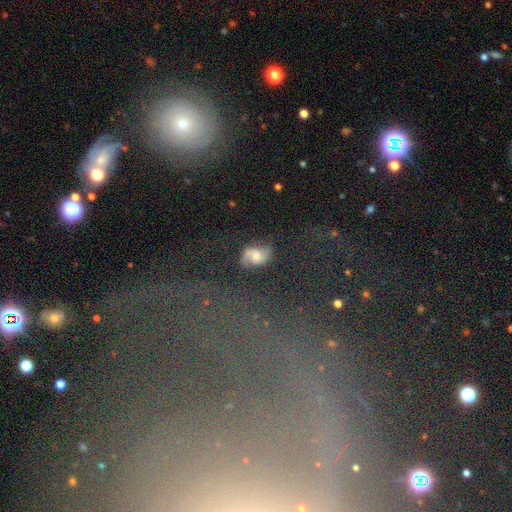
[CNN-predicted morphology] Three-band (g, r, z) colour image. It shows a featured or disk galaxy (65%) with no bar (55%), 2 (91%) loose (53%) spiral arms (90%) and a moderate central bulge (61%). Merging: none (72%).